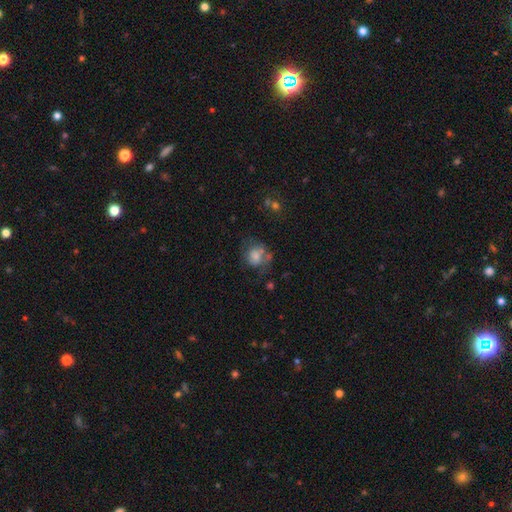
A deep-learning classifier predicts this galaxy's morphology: smooth-or-featured: smooth: 63% | featured or disk: 27% | star or artifact: 10%
  how-rounded: round: 69% | in between: 30% | cigar-shaped: 1%
  merging: none: 41% | minor disturbance: 25% | major disturbance: 23% | merger: 12%